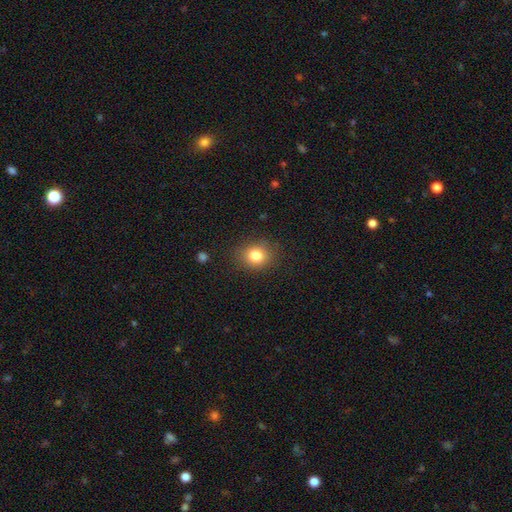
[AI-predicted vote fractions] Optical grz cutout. It shows a smooth galaxy with no disk features (81%) that is round (71%). Merging: none (85%).